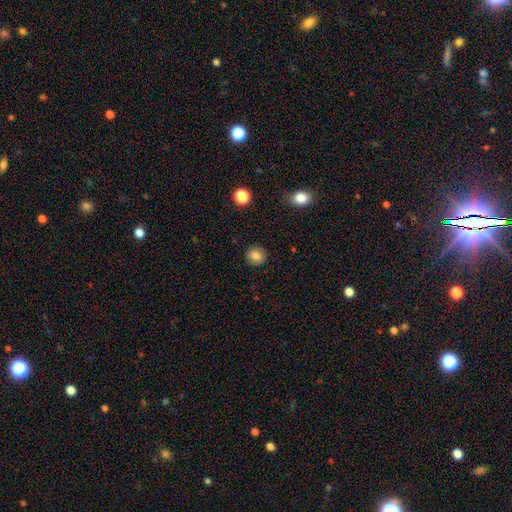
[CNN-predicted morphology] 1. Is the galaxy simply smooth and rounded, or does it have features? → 83% smooth, 10% star or artifact, 6% featured or disk.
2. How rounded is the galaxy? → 85% round, 14% in between, 1% cigar-shaped.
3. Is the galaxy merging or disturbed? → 90% none, 7% minor disturbance, 2% major disturbance, 1% merger.